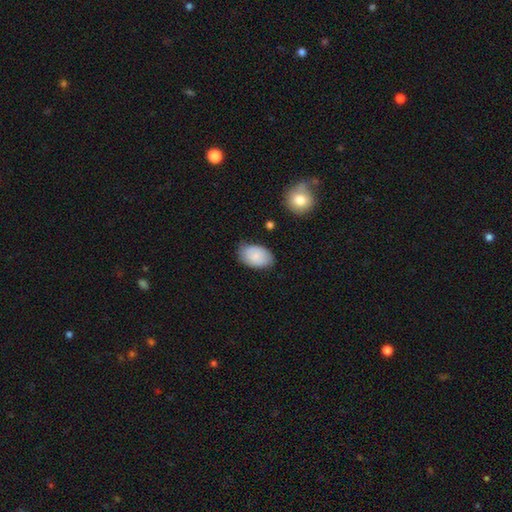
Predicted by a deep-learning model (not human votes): smooth_or_featured: smooth (p=0.79) [alt: featured or disk p=0.14]
how_rounded: in between (p=0.91) [alt: round p=0.08]
merging: none (p=0.72) [alt: minor disturbance p=0.22]